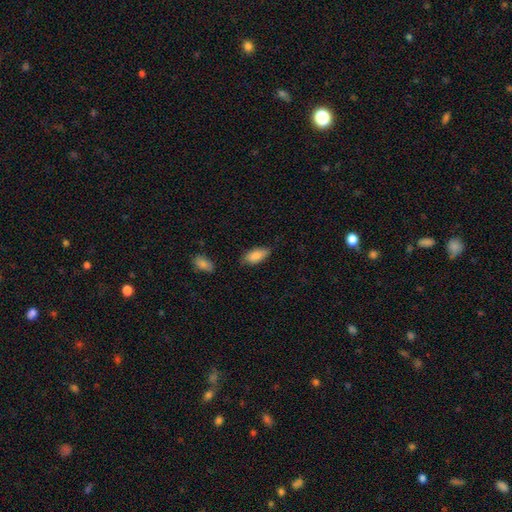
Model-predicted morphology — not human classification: Q: Smooth or featured?
A: smooth (84%); runner-up: featured or disk (9%)
Q: How rounded?
A: in between (89%); runner-up: cigar-shaped (8%)
Q: Merging?
A: none (68%); runner-up: minor disturbance (25%)